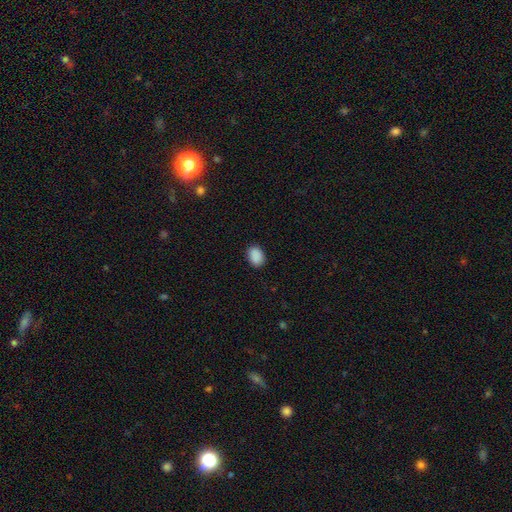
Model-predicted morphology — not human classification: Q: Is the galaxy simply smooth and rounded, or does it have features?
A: smooth — 90%.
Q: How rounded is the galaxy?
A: in between — 78%.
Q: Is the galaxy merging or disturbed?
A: none — 87%.